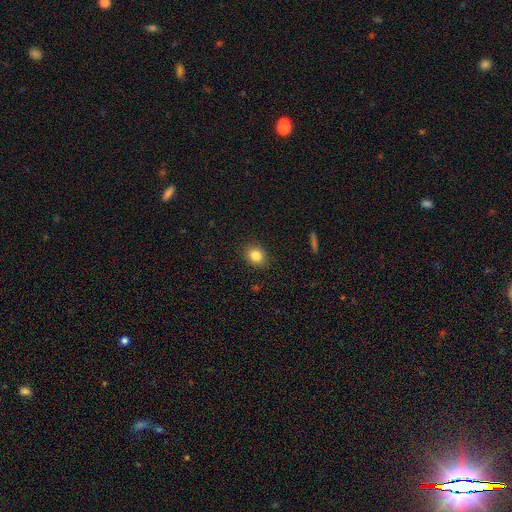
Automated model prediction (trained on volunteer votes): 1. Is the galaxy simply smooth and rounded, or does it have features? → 84% smooth, 10% star or artifact, 6% featured or disk.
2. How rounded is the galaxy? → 59% round, 39% in between, 1% cigar-shaped.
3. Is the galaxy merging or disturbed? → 89% none, 8% minor disturbance, 2% major disturbance, 1% merger.